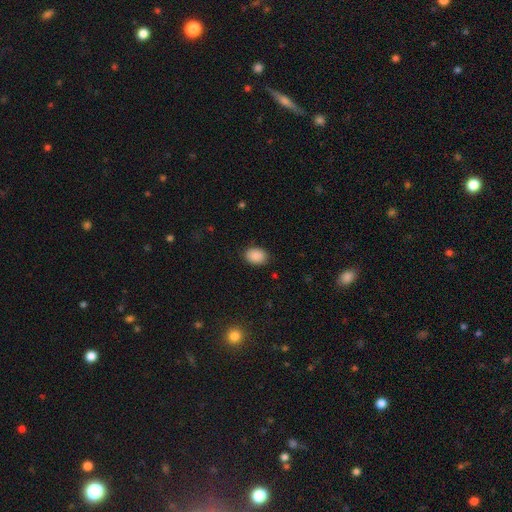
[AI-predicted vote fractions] Smooth or featured?
  - smooth: 89% *
  - star or artifact: 8%
  - featured or disk: 3%
How rounded?
  - in between: 72% *
  - round: 27%
  - cigar-shaped: 1%
Merging?
  - none: 87% *
  - minor disturbance: 10%
  - major disturbance: 3%
  - merger: 1%